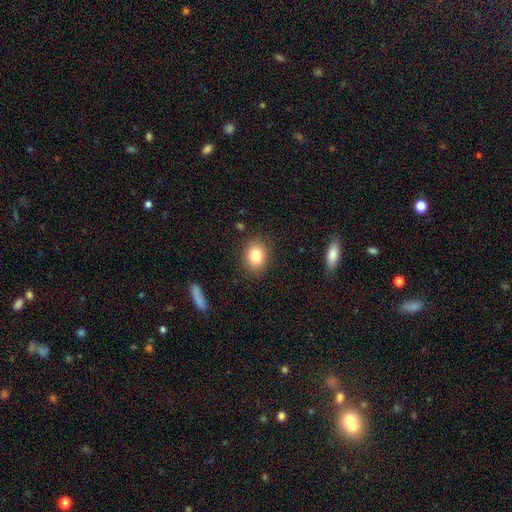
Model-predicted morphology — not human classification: smooth 81%, star or artifact 10%, featured or disk 9%. Down the decision tree: how rounded — round (55%); merging — none (87%).